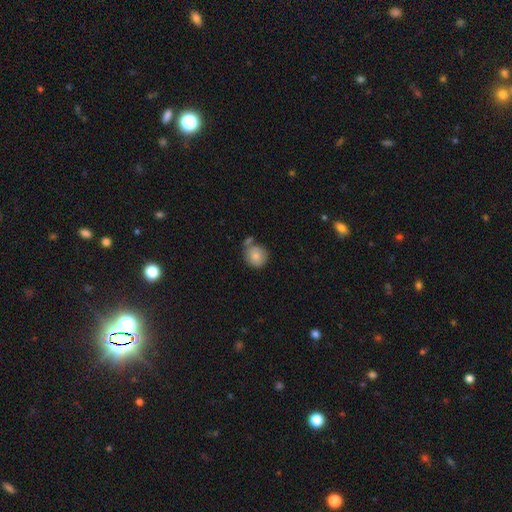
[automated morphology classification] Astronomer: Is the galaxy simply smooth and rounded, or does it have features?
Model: smooth — 80%.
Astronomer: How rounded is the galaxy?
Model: round — 86%.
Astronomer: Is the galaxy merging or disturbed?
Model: none — 57%.